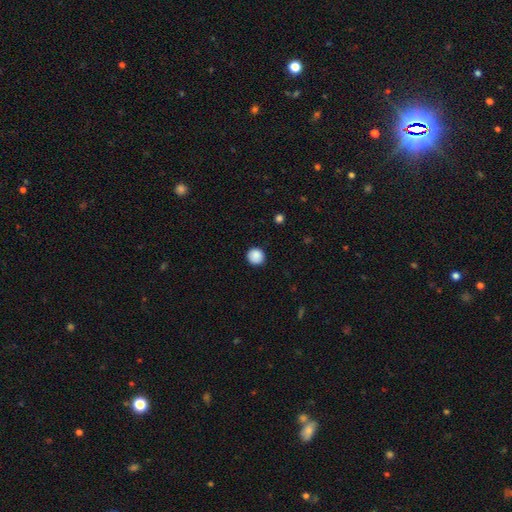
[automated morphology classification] Q: Smooth or featured?
A: smooth (88%); runner-up: star or artifact (9%)
Q: How rounded?
A: round (93%); runner-up: in between (6%)
Q: Merging?
A: none (90%); runner-up: minor disturbance (7%)